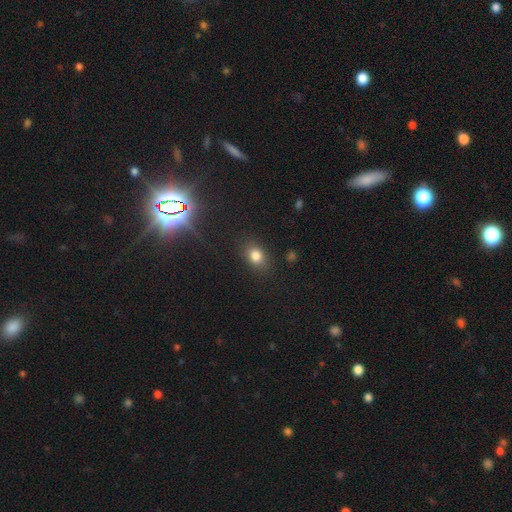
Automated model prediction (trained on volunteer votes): Smooth or featured? Predicted: smooth (p=0.79). How rounded? Predicted: in between (p=0.60). Merging? Predicted: none (p=0.83).